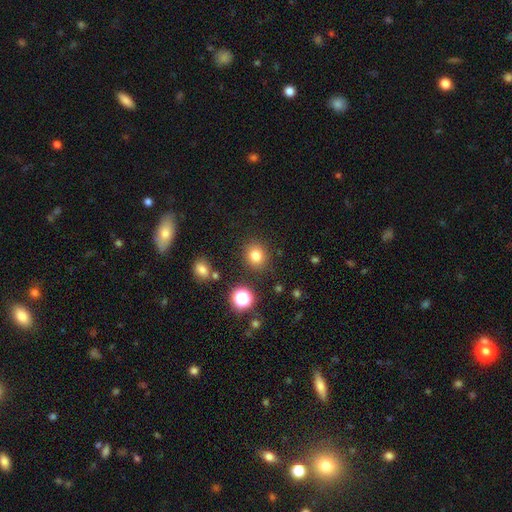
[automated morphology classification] Smooth or featured? smooth (77%)
How rounded? round (82%)
Merging? none (87%)